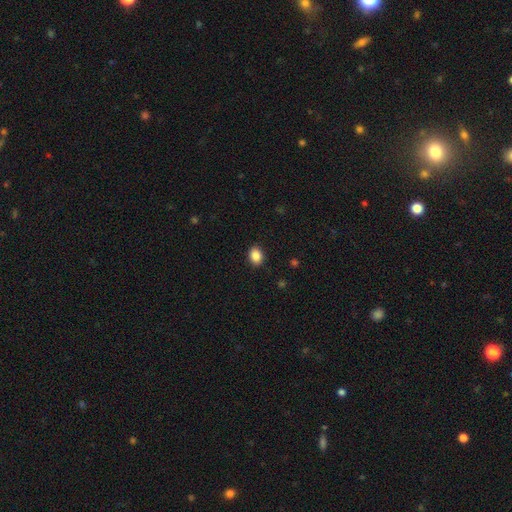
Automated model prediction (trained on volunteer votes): The model was most divided on "how rounded": in between: 62%, round: 37%, cigar-shaped: 1%. More confident: merging — none (89%); smooth or featured — smooth (88%).